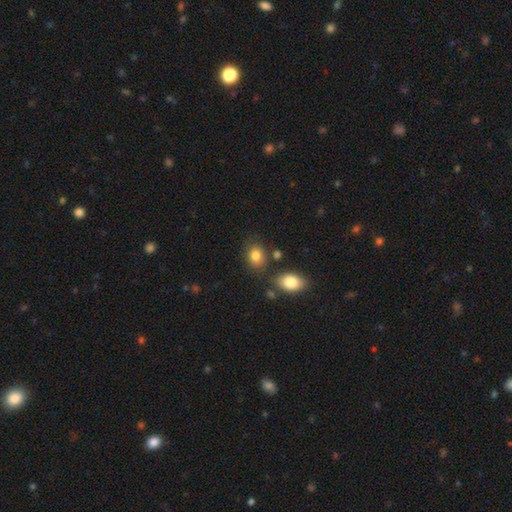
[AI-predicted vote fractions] A smooth galaxy with no disk features (83%) that is in between round and cigar-shaped (56%).

Vote fractions:
- Smooth or featured? smooth: 83% / star or artifact: 9% / featured or disk: 8%
- How rounded? in between: 56% / round: 43% / cigar-shaped: 1%
- Merging? none: 75% / minor disturbance: 13% / merger: 8% / major disturbance: 4%